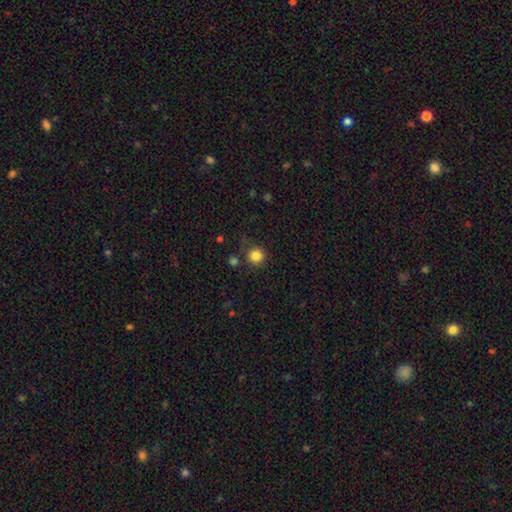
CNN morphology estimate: A smooth galaxy with no disk features (84%) that is round (94%).

Vote fractions:
- Smooth or featured? smooth: 84% / star or artifact: 12% / featured or disk: 4%
- How rounded? round: 94% / in between: 5% / cigar-shaped: 1%
- Merging? none: 83% / minor disturbance: 9% / merger: 4% / major disturbance: 3%